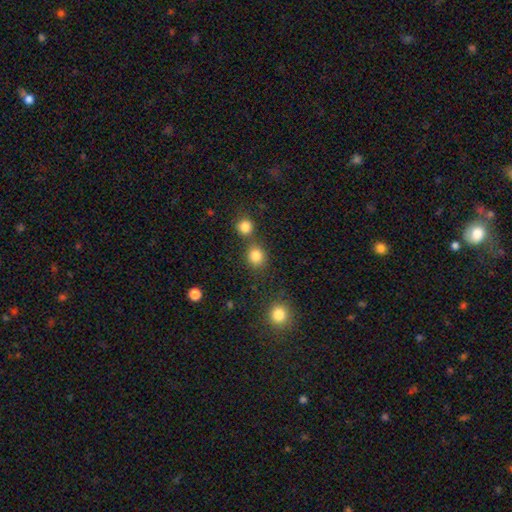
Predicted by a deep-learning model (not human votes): Smooth or featured: smooth — 83% (star or artifact — 12%)
How rounded: round — 84% (in between — 15%)
Merging: none — 72% (merger — 16%)